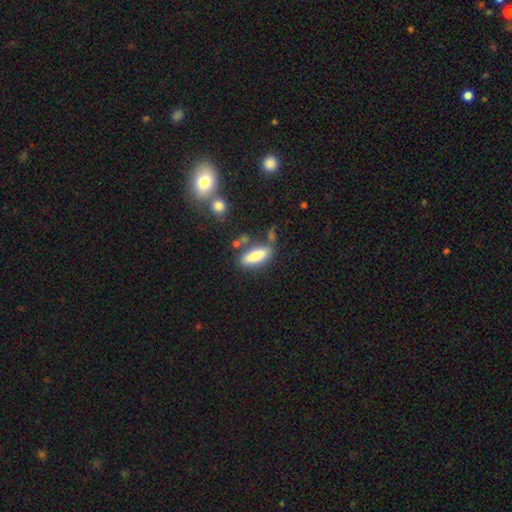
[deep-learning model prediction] This is likely a smooth galaxy (76%). How rounded: likely in between (65%). Merging: likely none (69%).